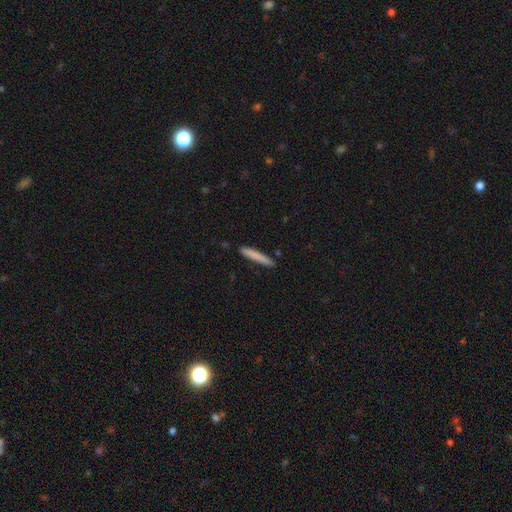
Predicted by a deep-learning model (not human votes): Smooth or featured: smooth — 80% (featured or disk — 14%)
How rounded: cigar-shaped — 95% (in between — 4%)
Merging: none — 89% (minor disturbance — 8%)